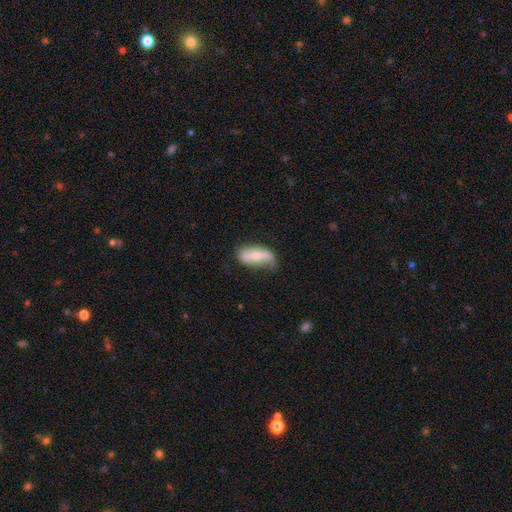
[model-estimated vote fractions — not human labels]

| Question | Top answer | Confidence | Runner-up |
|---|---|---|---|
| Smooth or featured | smooth | 57% | featured or disk (37%) |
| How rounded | in between | 78% | cigar-shaped (19%) |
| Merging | none | 57% | minor disturbance (32%) |